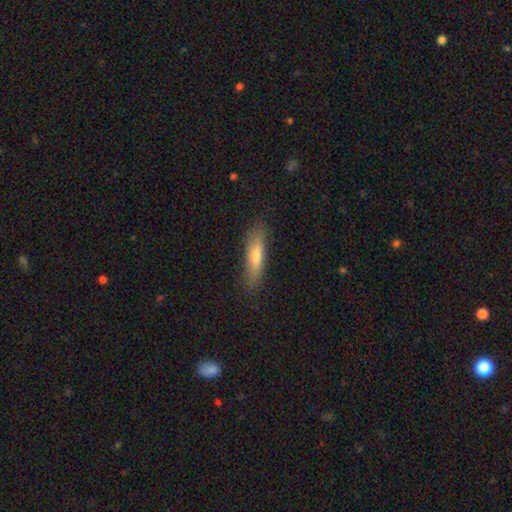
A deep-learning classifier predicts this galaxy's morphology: smooth 56%, featured or disk 35%, star or artifact 8%. Down the decision tree: how rounded — cigar-shaped (80%); merging — none (86%).